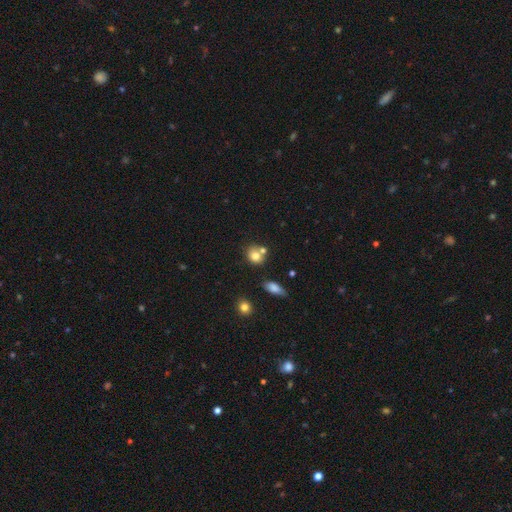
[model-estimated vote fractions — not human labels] Smooth or featured: smooth — 77% (featured or disk — 12%)
How rounded: round — 71% (in between — 28%)
Merging: none — 52% (merger — 33%)